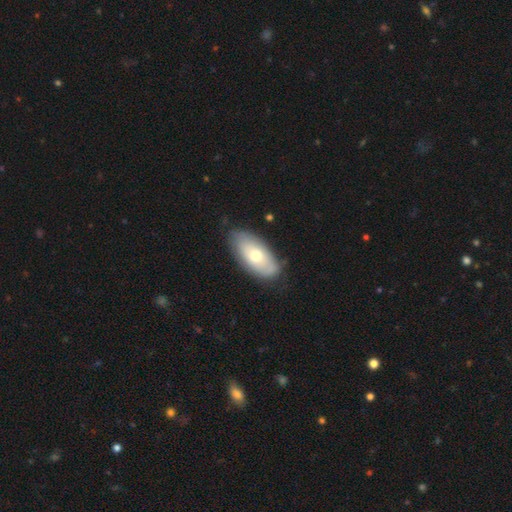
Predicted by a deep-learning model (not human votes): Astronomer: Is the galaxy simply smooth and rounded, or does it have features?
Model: smooth — 63%.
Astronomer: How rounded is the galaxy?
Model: in between — 92%.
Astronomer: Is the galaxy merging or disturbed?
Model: none — 77%.